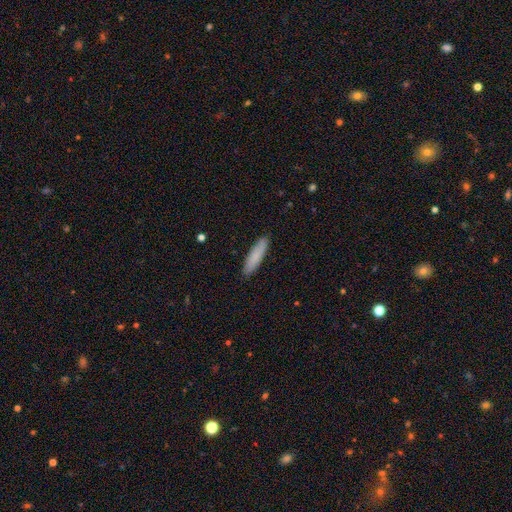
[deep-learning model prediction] Smooth or featured: smooth — 83% (featured or disk — 11%)
How rounded: cigar-shaped — 78% (in between — 20%)
Merging: none — 90% (minor disturbance — 7%)